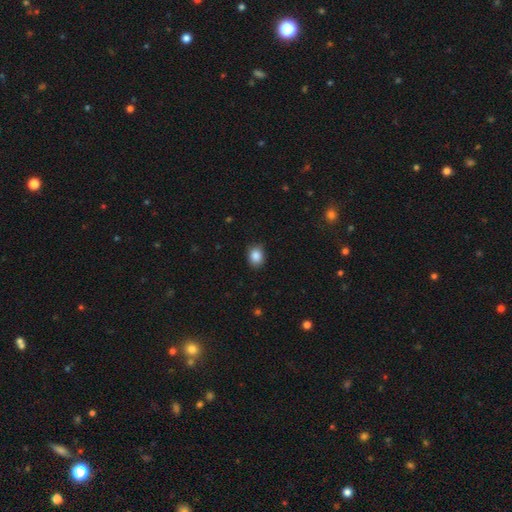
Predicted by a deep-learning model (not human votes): Morphology: type=smooth (87%); roundness=round (51%); merging=none (85%).